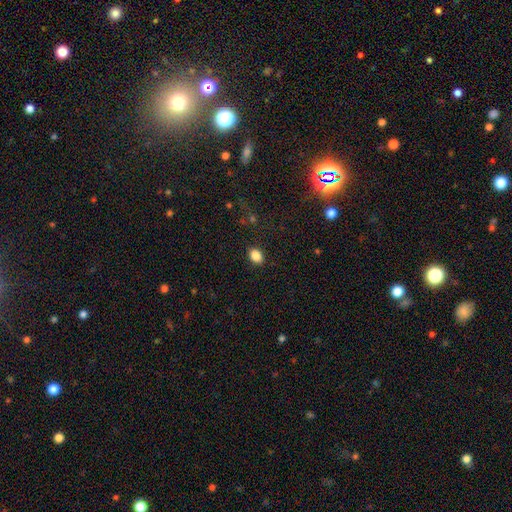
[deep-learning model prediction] smooth-or-featured: smooth: 86% | star or artifact: 10% | featured or disk: 4%
  how-rounded: in between: 69% | round: 30% | cigar-shaped: 1%
  merging: none: 88% | minor disturbance: 8% | major disturbance: 3% | merger: 1%